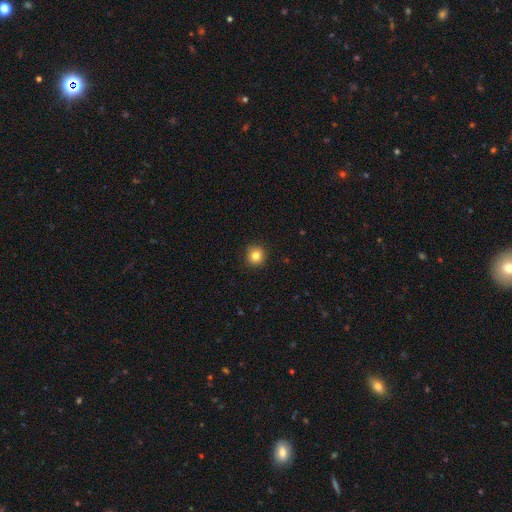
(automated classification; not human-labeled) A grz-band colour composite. It shows a smooth galaxy with no disk features (83%) that is round (93%). Merging: none (91%).